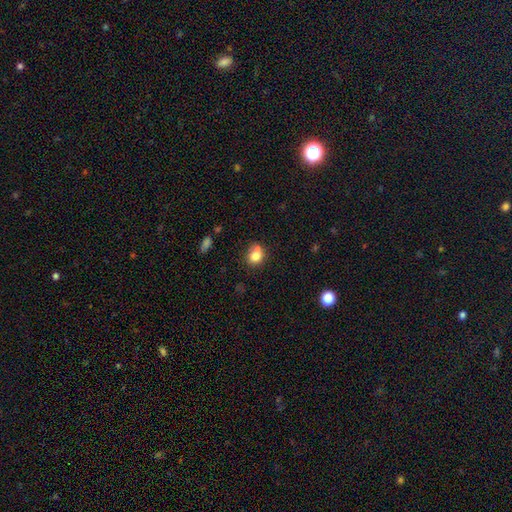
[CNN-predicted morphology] Q: Smooth or featured?
A: smooth (78%); runner-up: star or artifact (11%)
Q: How rounded?
A: round (69%); runner-up: in between (30%)
Q: Merging?
A: none (52%); runner-up: merger (25%)